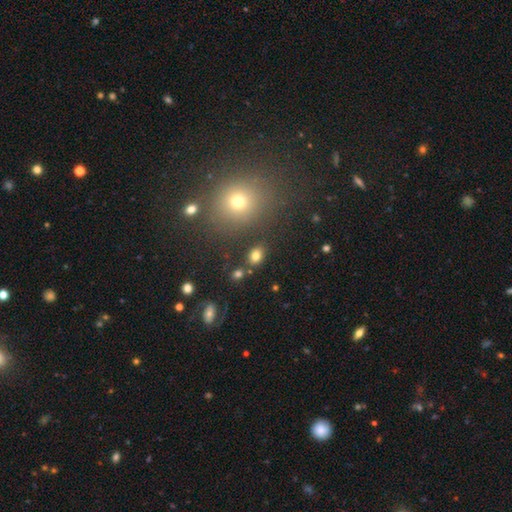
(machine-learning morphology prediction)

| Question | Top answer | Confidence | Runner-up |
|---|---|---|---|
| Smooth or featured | smooth | 78% | star or artifact (13%) |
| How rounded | in between | 70% | round (28%) |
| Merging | none | 81% | minor disturbance (10%) |